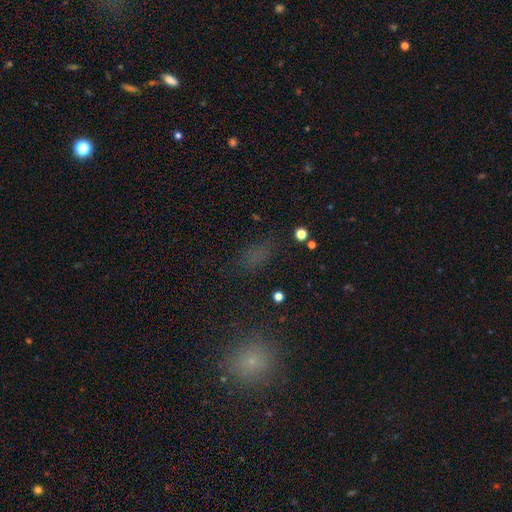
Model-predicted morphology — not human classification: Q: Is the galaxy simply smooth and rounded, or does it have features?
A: smooth — 59%.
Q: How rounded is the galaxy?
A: in between — 73%.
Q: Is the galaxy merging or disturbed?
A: none — 77%.